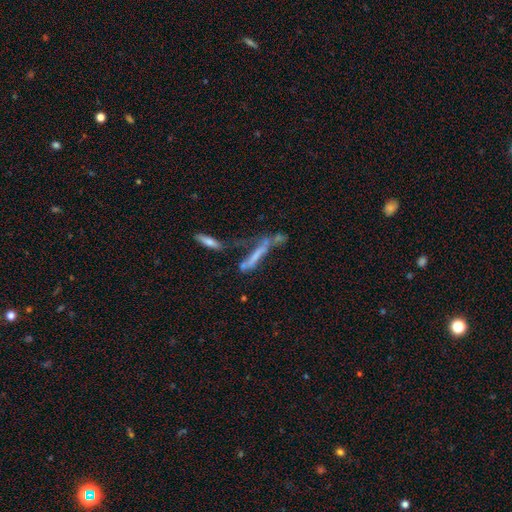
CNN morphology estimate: This appears to be a featured or disk galaxy (45%). Merging: merger (36%).